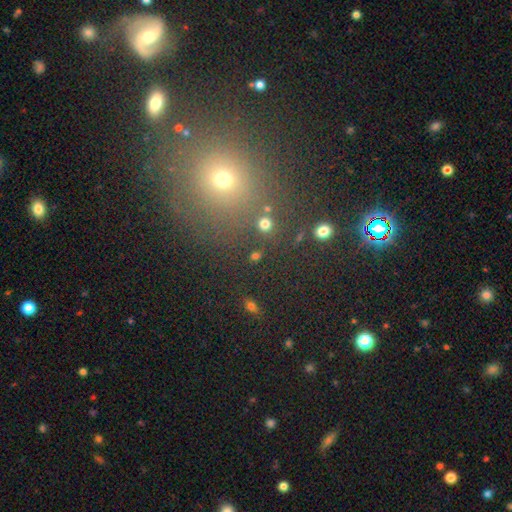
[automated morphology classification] smooth 56%, star or artifact 35%, featured or disk 10%. Down the decision tree: how rounded — round (79%); merging — none (82%).